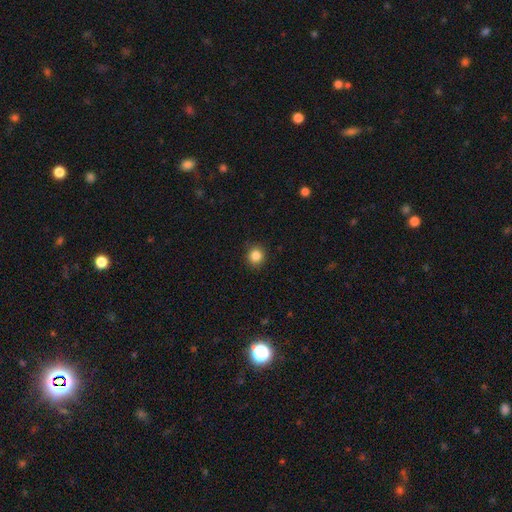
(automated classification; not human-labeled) Q: Smooth or featured?
A: smooth (85%); runner-up: star or artifact (11%)
Q: How rounded?
A: round (90%); runner-up: in between (10%)
Q: Merging?
A: none (90%); runner-up: minor disturbance (7%)